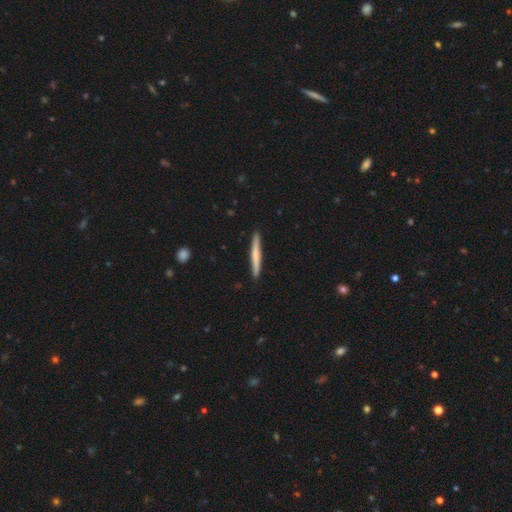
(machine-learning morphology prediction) A smooth galaxy with no disk features (60%) that is cigar-shaped (96%).

Vote fractions:
- Smooth or featured? smooth: 60% / featured or disk: 35% / star or artifact: 5%
- How rounded? cigar-shaped: 96% / in between: 2% / round: 1%
- Merging? none: 91% / minor disturbance: 6% / major disturbance: 1% / merger: 1%